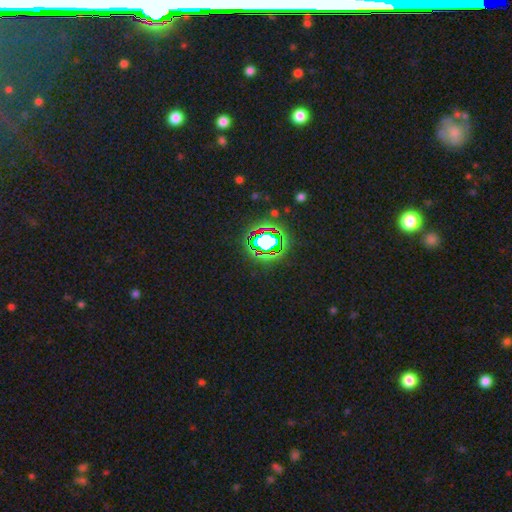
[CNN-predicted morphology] This is clearly a star or artifact rather than a galaxy (80%).